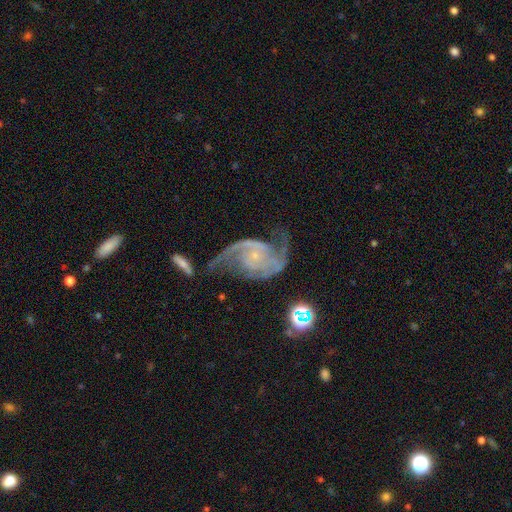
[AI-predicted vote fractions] This is clearly a featured or disk galaxy (91%). It is clearly not viewed edge-on (98%). Bar: likely no (67%). Spiral arm pattern: clearly yes (97%). Spiral arm count: clearly 2 (87%). Spiral winding: possibly medium (48%). Central bulge: likely small (79%). Merging: possibly none (53%).